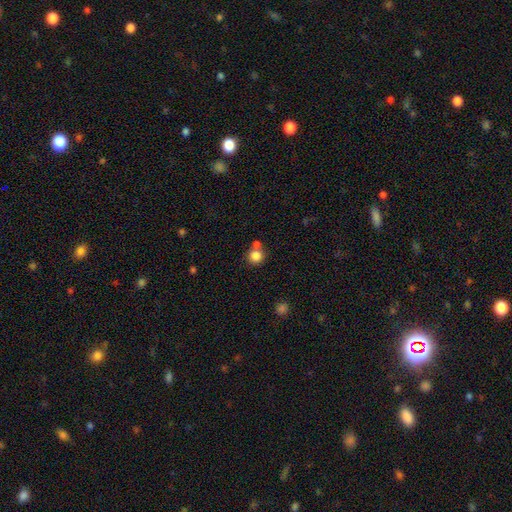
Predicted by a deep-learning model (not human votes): Smooth or featured? smooth (84%)
How rounded? round (91%)
Merging? none (62%)